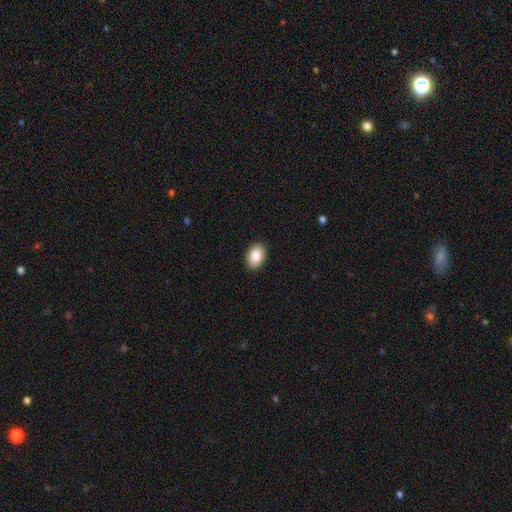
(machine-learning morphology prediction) smooth 87%, star or artifact 7%, featured or disk 6%. Down the decision tree: how rounded — in between (82%); merging — none (91%).